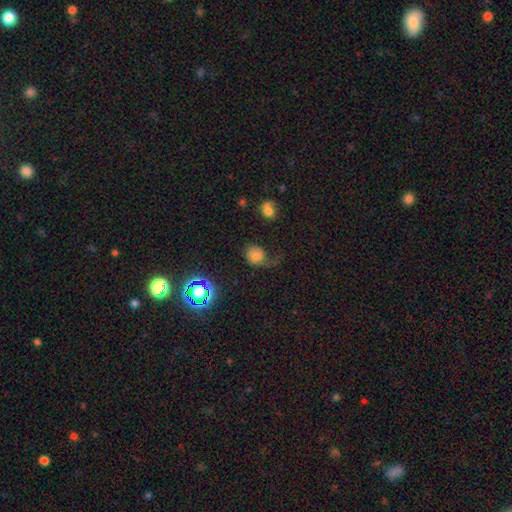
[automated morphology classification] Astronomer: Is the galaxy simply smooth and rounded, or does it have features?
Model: smooth — 57%.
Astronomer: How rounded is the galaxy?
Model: round — 63%.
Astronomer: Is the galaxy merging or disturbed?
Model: major disturbance — 44% (runner-up: none, 29%).